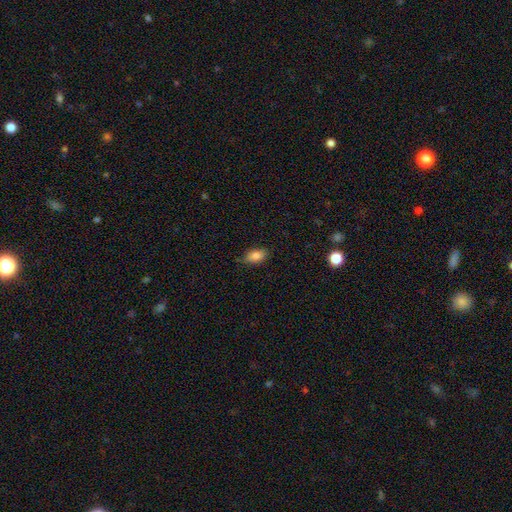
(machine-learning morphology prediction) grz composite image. It shows a smooth galaxy with no disk features (84%) that is in between round and cigar-shaped (89%). Merging: none (81%).